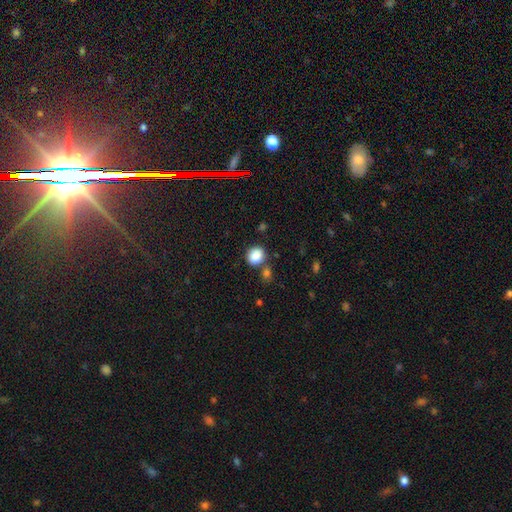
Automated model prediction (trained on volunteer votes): Overall: smooth (86%). How rounded: round (76%). Merging: none (69%).